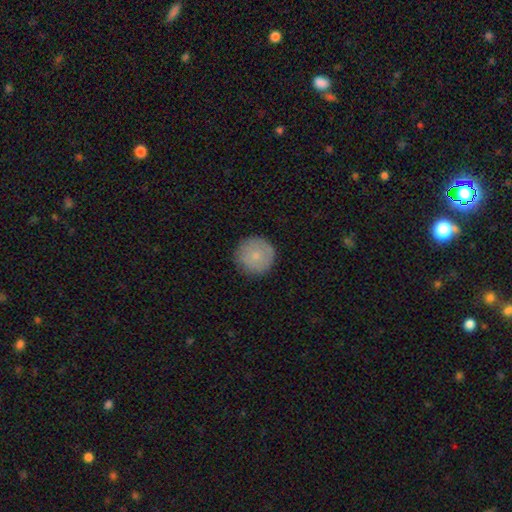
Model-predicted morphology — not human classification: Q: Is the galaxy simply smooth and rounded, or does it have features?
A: smooth — 75%.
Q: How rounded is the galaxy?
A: round — 96%.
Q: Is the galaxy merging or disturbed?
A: none — 87%.